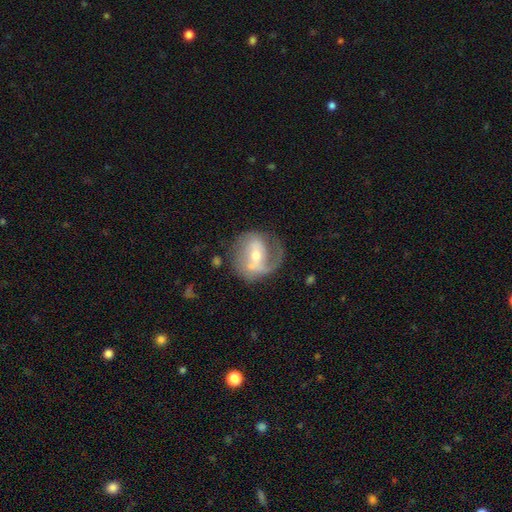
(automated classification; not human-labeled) A featured or disk galaxy (75%) with a weak bar (42%), 2 (50%) medium (43%) spiral arms (85%) and a moderate central bulge (59%).

Vote fractions:
- Smooth or featured? featured or disk: 75% / smooth: 18% / star or artifact: 6%
- Edge-on disk? no: 96% / yes: 4%
- Bar? weak: 42% / strong: 32% / no: 26%
- Spiral arms? yes: 85% / no: 15%
- Spiral winding? medium: 43% / loose: 32% / tight: 25%
- Spiral arm count? 2: 50% / 1: 37% / can't tell: 9% / 3: 2% / 4: 1% / more than 4: 1%
- Bulge size? moderate: 59% / small: 35% / large: 4% / none: 1% / dominant: 1%
- Merging? none: 54% / minor disturbance: 22% / major disturbance: 19% / merger: 5%